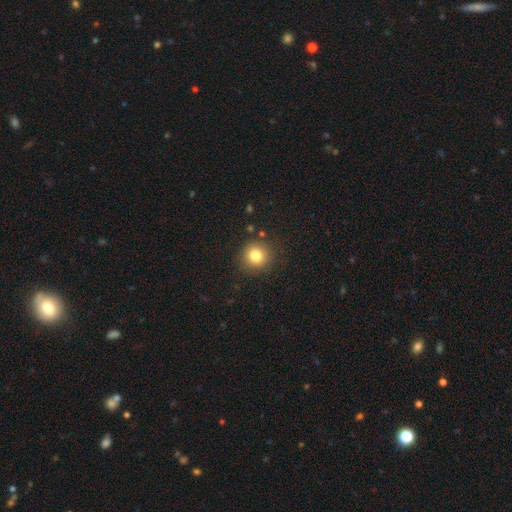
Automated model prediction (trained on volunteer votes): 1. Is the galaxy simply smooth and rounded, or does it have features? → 81% smooth, 12% star or artifact, 7% featured or disk.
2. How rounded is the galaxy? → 92% round, 7% in between, 1% cigar-shaped.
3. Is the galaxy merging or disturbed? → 88% none, 8% minor disturbance, 3% major disturbance, 2% merger.